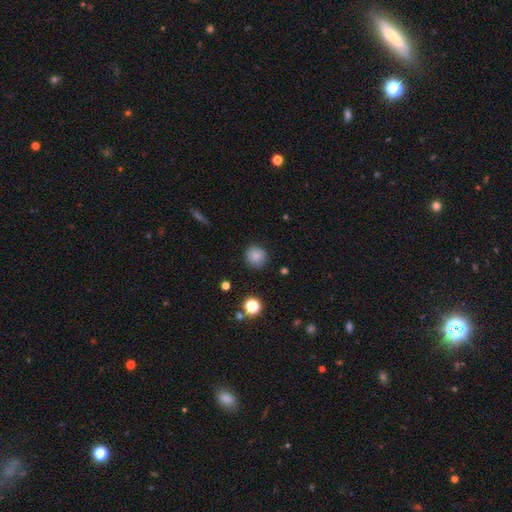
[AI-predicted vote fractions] A smooth galaxy with no disk features (84%) that is round (93%).

Vote fractions:
- Smooth or featured? smooth: 84% / star or artifact: 11% / featured or disk: 5%
- How rounded? round: 93% / in between: 6% / cigar-shaped: 1%
- Merging? none: 88% / minor disturbance: 8% / major disturbance: 2% / merger: 1%